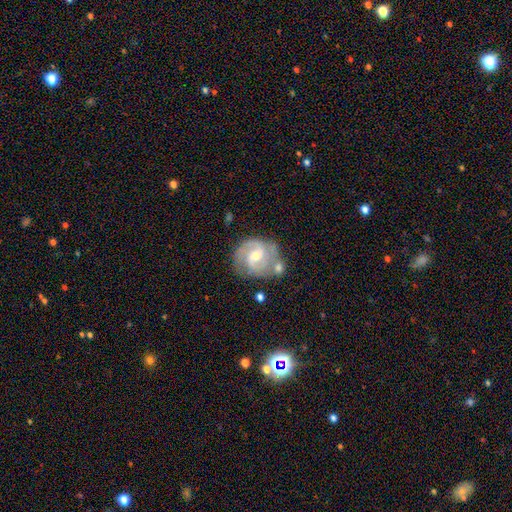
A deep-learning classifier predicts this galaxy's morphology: A featured or disk galaxy (85%) with a weak bar (51%), 2 (79%) medium (51%) spiral arms (96%) and a moderate central bulge (50%). Merging: none (58%).